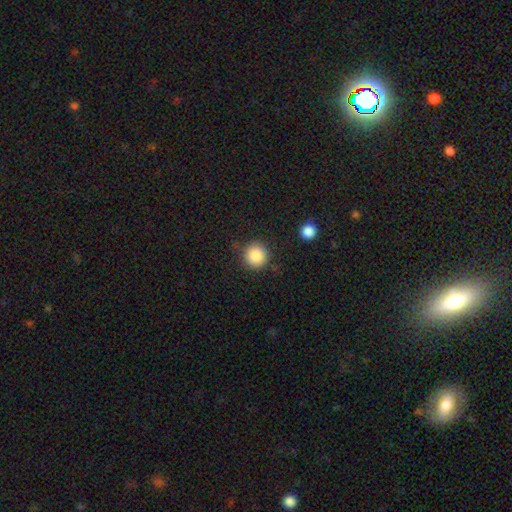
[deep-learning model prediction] Morphology: type=smooth (87%); roundness=round (94%); merging=none (83%).